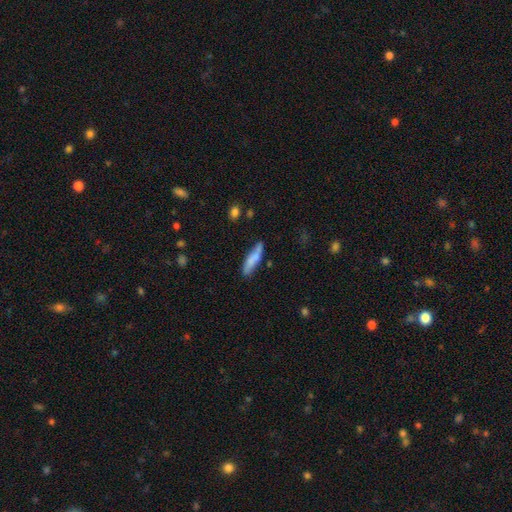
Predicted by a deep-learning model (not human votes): Smooth or featured?
  - smooth: 68% *
  - featured or disk: 25%
  - star or artifact: 7%
How rounded?
  - cigar-shaped: 73% *
  - in between: 25%
  - round: 2%
Merging?
  - none: 70% *
  - minor disturbance: 20%
  - merger: 5%
  - major disturbance: 4%